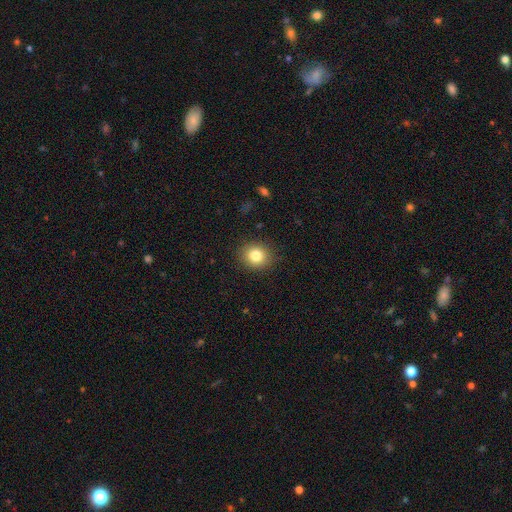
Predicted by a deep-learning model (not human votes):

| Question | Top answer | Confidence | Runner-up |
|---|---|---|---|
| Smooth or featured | smooth | 81% | star or artifact (11%) |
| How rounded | round | 80% | in between (19%) |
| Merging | none | 89% | minor disturbance (7%) |